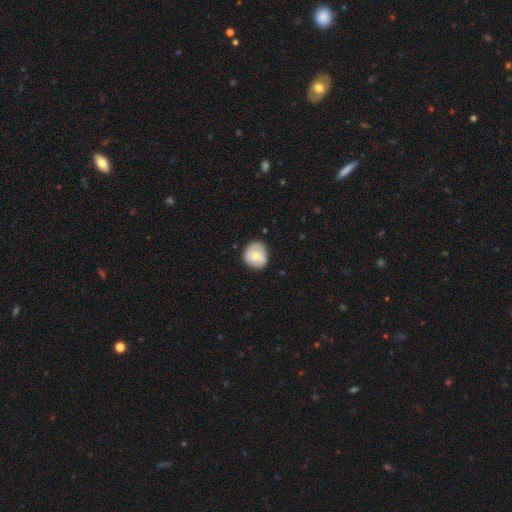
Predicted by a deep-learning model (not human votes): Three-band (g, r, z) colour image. It shows a smooth galaxy with no disk features (66%) that is round (84%). Merging: none (77%).